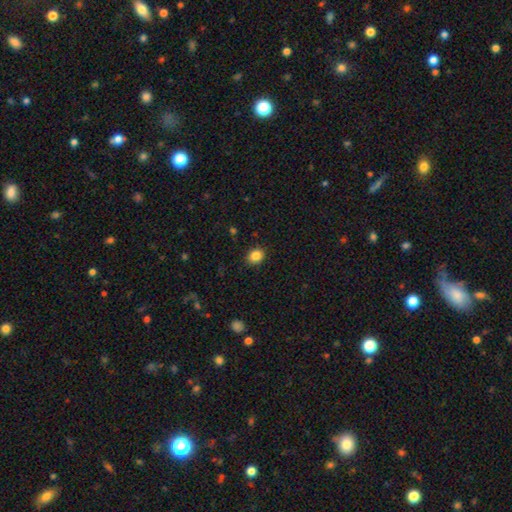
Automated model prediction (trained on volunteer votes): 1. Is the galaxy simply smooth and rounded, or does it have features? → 85% smooth, 10% star or artifact, 5% featured or disk.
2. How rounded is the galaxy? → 58% round, 42% in between, 1% cigar-shaped.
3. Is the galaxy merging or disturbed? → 89% none, 8% minor disturbance, 2% major disturbance, 1% merger.